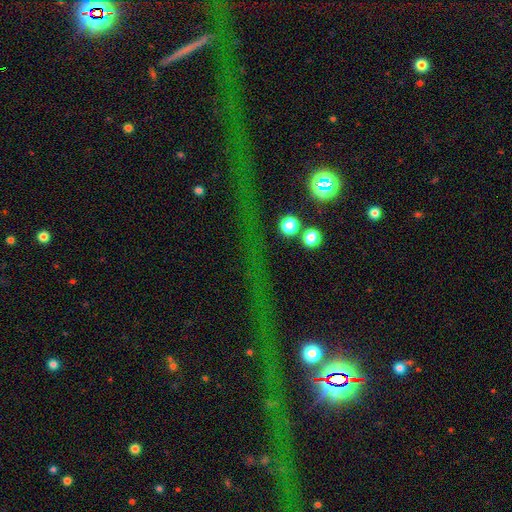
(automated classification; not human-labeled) A star or artifact, not a galaxy (72%).